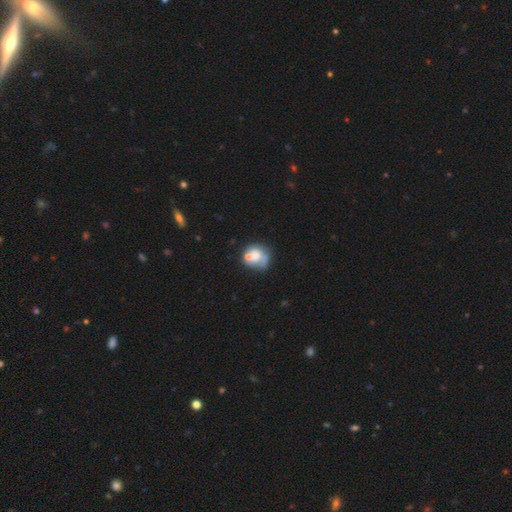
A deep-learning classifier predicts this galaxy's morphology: This is possibly a smooth galaxy (58%). How rounded: likely round (76%). Merging: marginally none (38%).